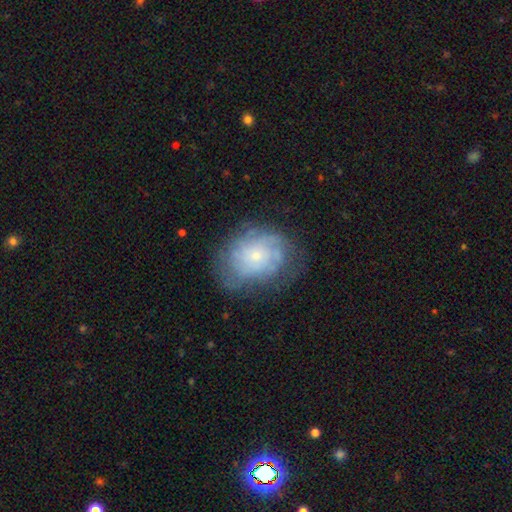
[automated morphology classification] Overall: featured or disk (61%; smooth 30%). Edge-on disk: no (97%). Bar: no (83%). Spiral arms: yes (79%). Bulge size: small (73%). Merging: none (65%).